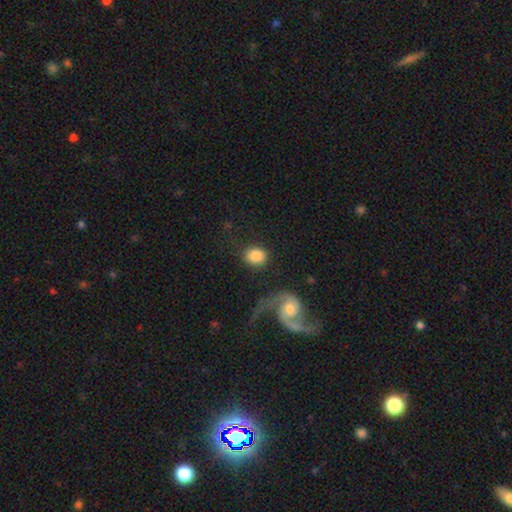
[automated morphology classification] Smooth or featured: smooth — 81% (featured or disk — 12%)
How rounded: round — 63% (in between — 35%)
Merging: none — 70% (minor disturbance — 12%)